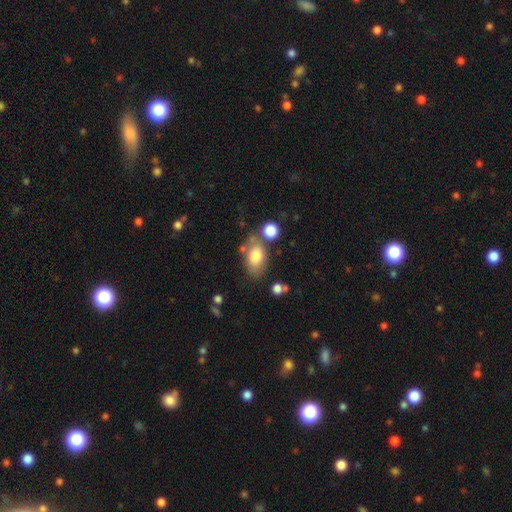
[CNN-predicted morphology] The model was most divided on "merging": none: 61%, minor disturbance: 18%, merger: 14%, major disturbance: 6%. More confident: how rounded — in between (87%); smooth or featured — smooth (77%).